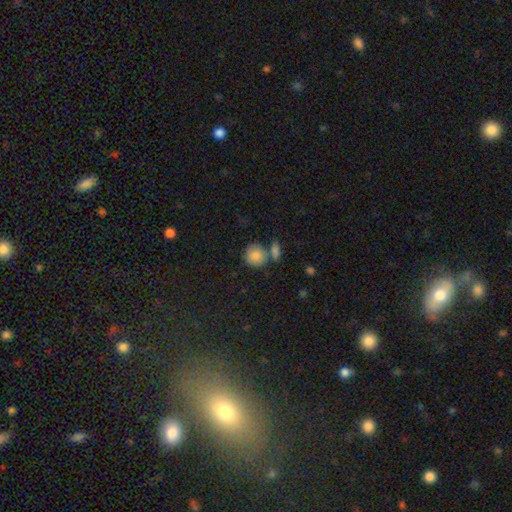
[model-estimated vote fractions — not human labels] Smooth or featured? Predicted: smooth (p=0.85). How rounded? Predicted: round (p=0.86). Merging? Predicted: none (p=0.60).